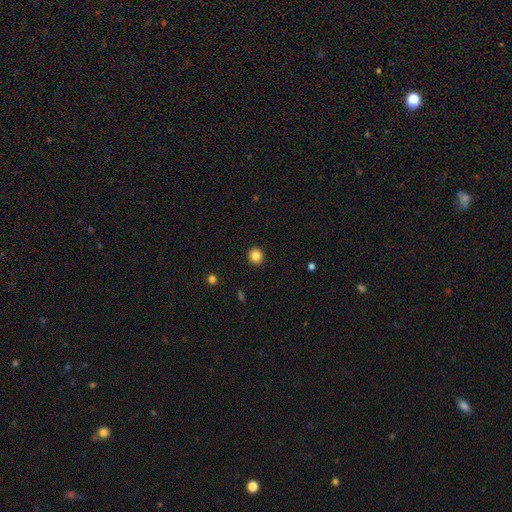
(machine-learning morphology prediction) smooth_or_featured: smooth (p=0.84) [alt: star or artifact p=0.10]
how_rounded: round (p=0.87) [alt: in between p=0.12]
merging: none (p=0.92) [alt: minor disturbance p=0.05]